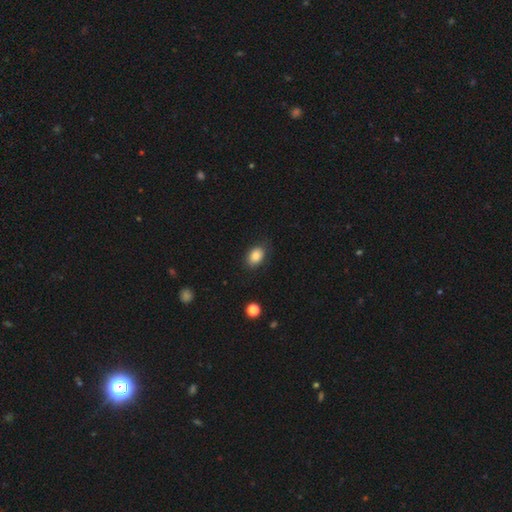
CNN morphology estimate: This appears to be a smooth galaxy with no disk features (85%) that is in between round and cigar-shaped (79%). Merging: none (81%).